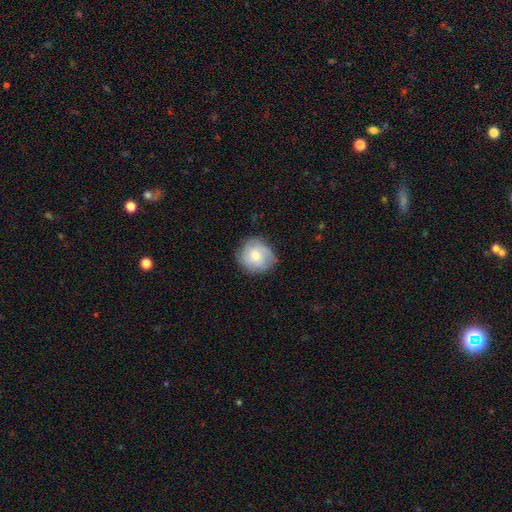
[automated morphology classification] Smooth or featured?
  - smooth: 62% *
  - featured or disk: 31%
  - star or artifact: 7%
How rounded?
  - round: 85% *
  - in between: 14%
  - cigar-shaped: 1%
Merging?
  - none: 76% *
  - minor disturbance: 19%
  - major disturbance: 4%
  - merger: 1%